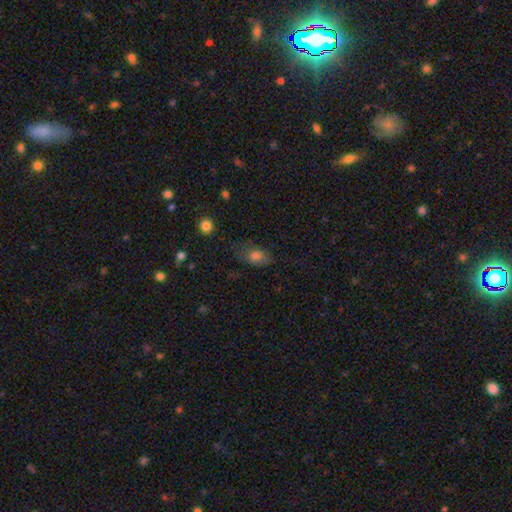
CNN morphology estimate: The model was most divided on "merging": none: 60%, minor disturbance: 26%, major disturbance: 12%, merger: 2%. More confident: how rounded — in between (82%); smooth or featured — smooth (75%).